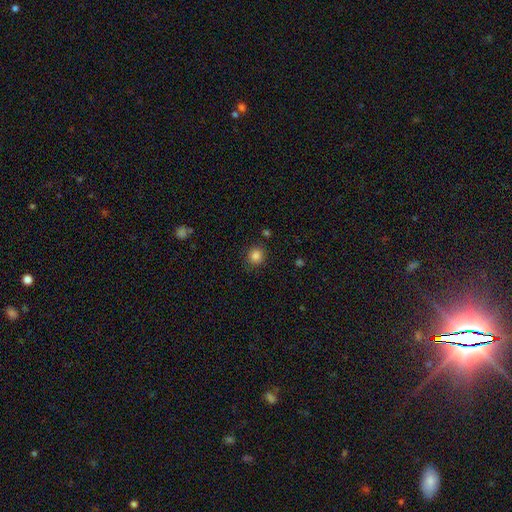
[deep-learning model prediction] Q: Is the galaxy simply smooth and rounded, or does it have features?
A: smooth — 85%.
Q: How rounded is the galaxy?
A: round — 90%.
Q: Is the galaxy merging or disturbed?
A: none — 85%.